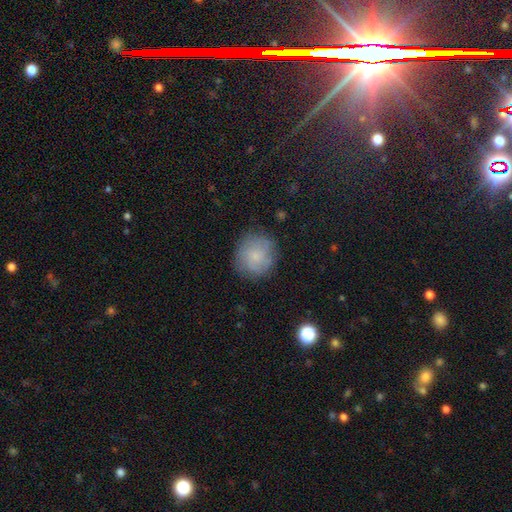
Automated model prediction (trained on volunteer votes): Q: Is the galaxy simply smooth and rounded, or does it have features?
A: smooth — 61%.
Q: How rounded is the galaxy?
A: round — 90%.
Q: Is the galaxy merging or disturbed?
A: none — 78%.